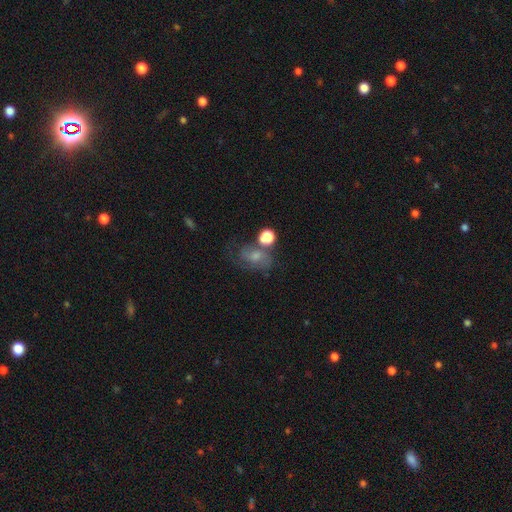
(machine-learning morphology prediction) Overall: featured or disk (51%; smooth 29%). Edge-on disk: no (96%). Merging: none (55%; minor disturbance 19%).